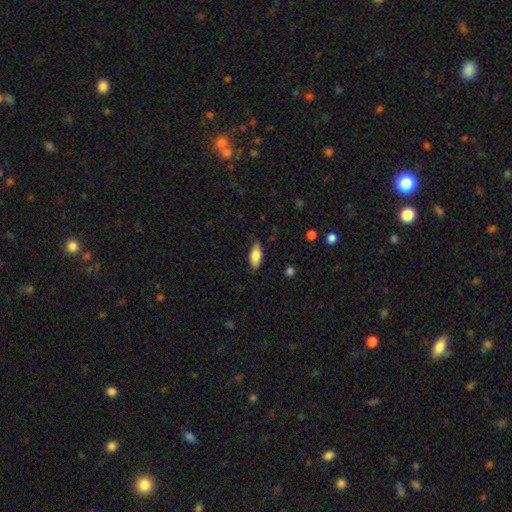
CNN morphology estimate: Smooth or featured? Predicted: smooth (p=0.77). How rounded? Predicted: in between (p=0.81). Merging? Predicted: none (p=0.78).